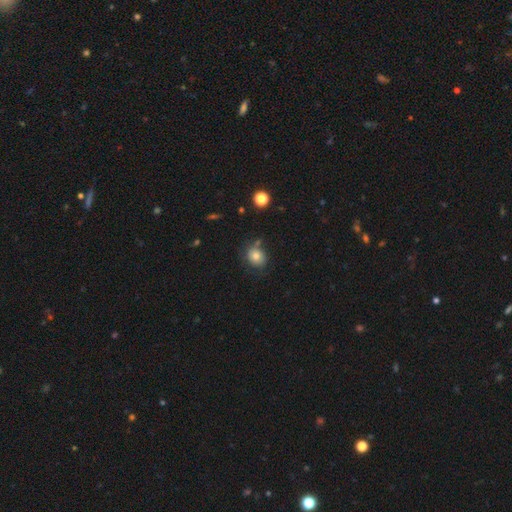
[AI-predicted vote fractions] This appears to be a smooth galaxy with no disk features (78%) that is round (58%). Merging: none (66%).